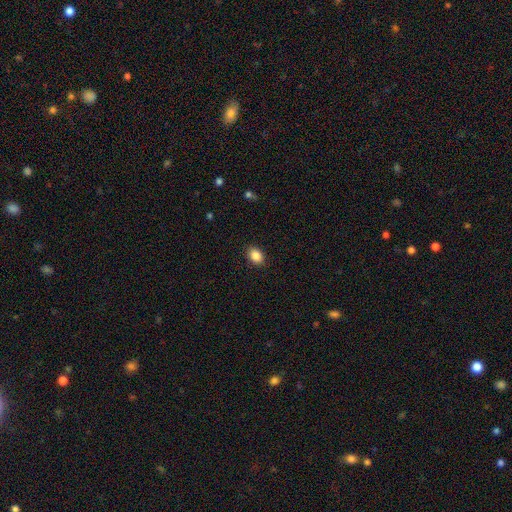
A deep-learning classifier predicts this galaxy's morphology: The model was most divided on "how rounded": in between: 74%, round: 25%, cigar-shaped: 1%. More confident: merging — none (89%); smooth or featured — smooth (87%).